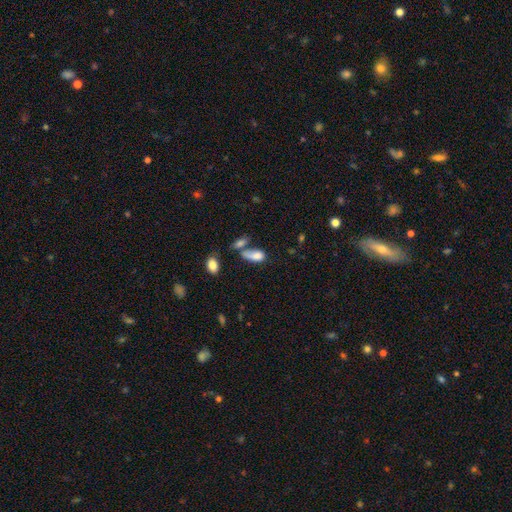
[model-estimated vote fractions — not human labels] This appears to be a smooth galaxy with no disk features (78%) that is in between round and cigar-shaped (84%). Merging: merger (42%).